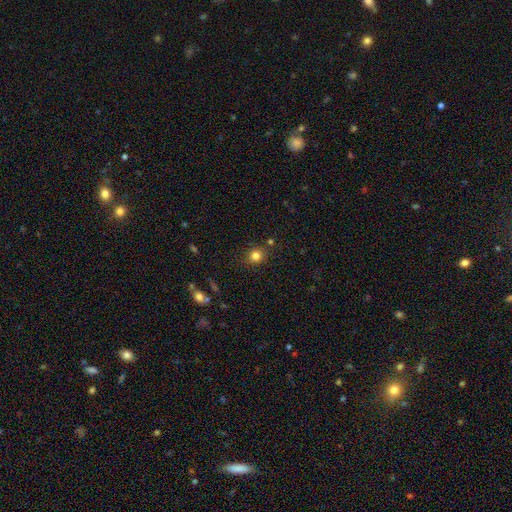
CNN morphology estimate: Smooth or featured: smooth — 81% (star or artifact — 13%)
How rounded: round — 79% (in between — 20%)
Merging: none — 83% (minor disturbance — 11%)